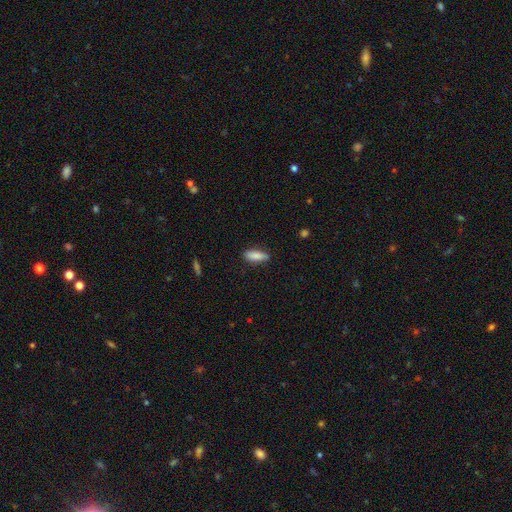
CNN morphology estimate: A smooth galaxy with no disk features (86%) that is in between round and cigar-shaped (59%). Merging: none (82%).